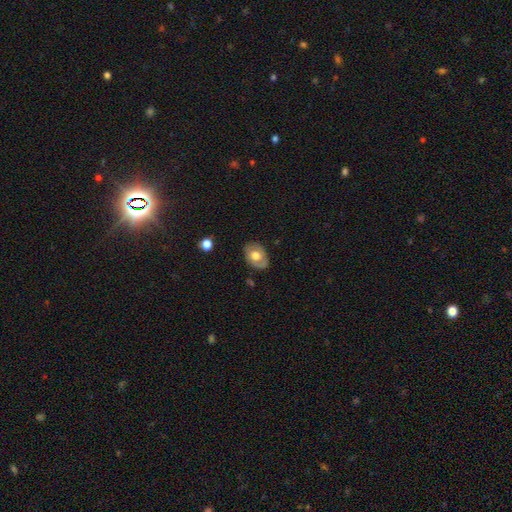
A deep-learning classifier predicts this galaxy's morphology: The model was most divided on "smooth or featured": smooth: 59%, featured or disk: 34%, star or artifact: 7%. More confident: merging — none (80%); how rounded — in between (77%).